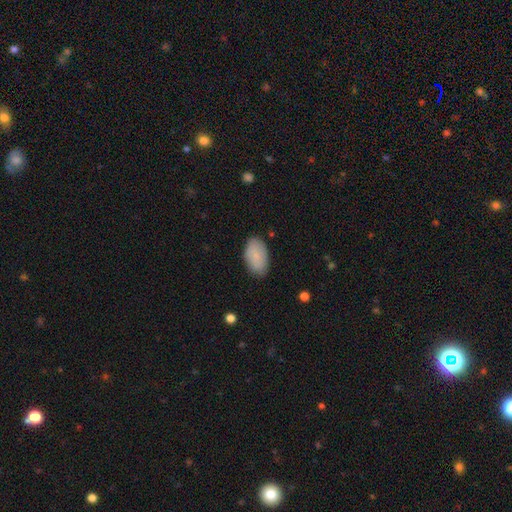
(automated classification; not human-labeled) Smooth or featured? Predicted: smooth (p=0.84). How rounded? Predicted: in between (p=0.94). Merging? Predicted: none (p=0.83).